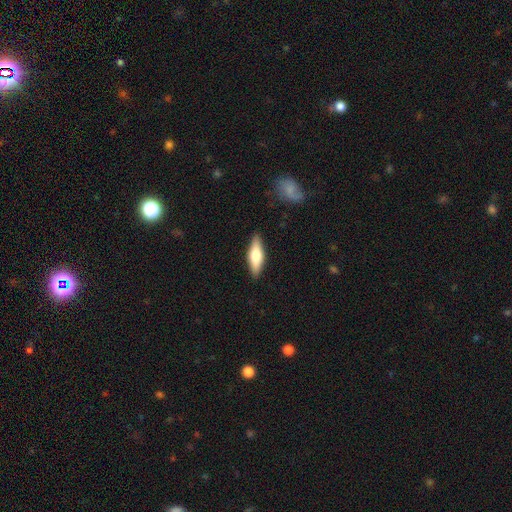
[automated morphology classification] Q: Smooth or featured?
A: smooth (60%); runner-up: featured or disk (34%)
Q: How rounded?
A: in between (52%); runner-up: cigar-shaped (45%)
Q: Merging?
A: none (88%); runner-up: minor disturbance (9%)